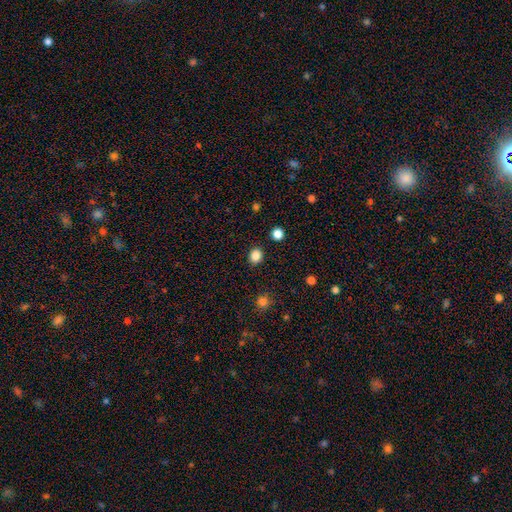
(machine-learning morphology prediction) A smooth galaxy with no disk features (85%) that is round (68%). Merging: none (90%).